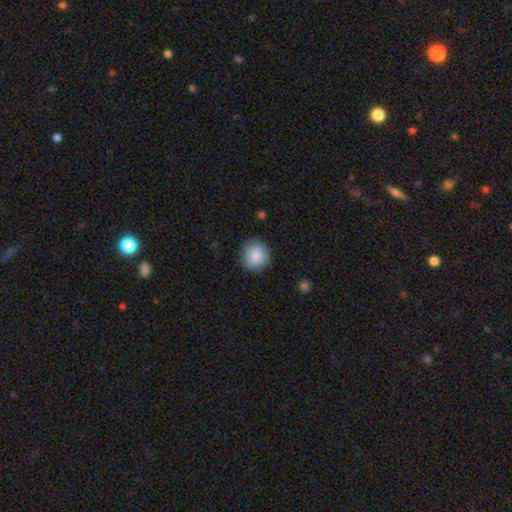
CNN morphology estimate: Smooth or featured: smooth — 87% (star or artifact — 7%)
How rounded: round — 87% (in between — 12%)
Merging: none — 85% (minor disturbance — 12%)